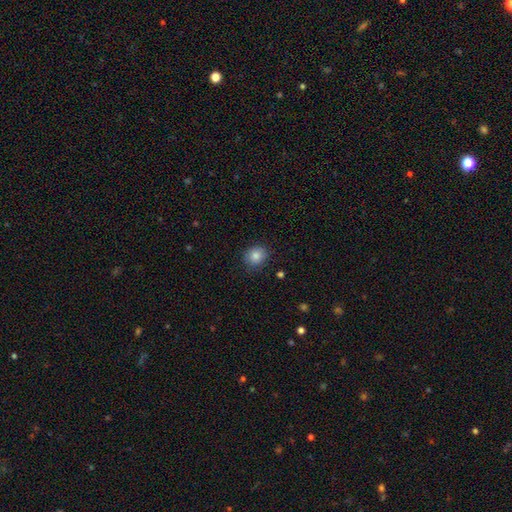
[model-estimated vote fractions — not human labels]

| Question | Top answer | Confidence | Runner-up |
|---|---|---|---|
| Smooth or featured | smooth | 84% | star or artifact (10%) |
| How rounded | round | 73% | in between (26%) |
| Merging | none | 85% | minor disturbance (11%) |